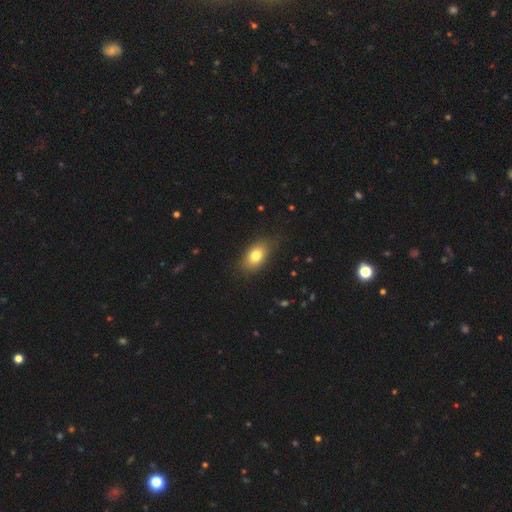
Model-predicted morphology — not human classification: Q: Smooth or featured?
A: smooth (78%); runner-up: featured or disk (13%)
Q: How rounded?
A: in between (86%); runner-up: round (12%)
Q: Merging?
A: none (83%); runner-up: minor disturbance (13%)